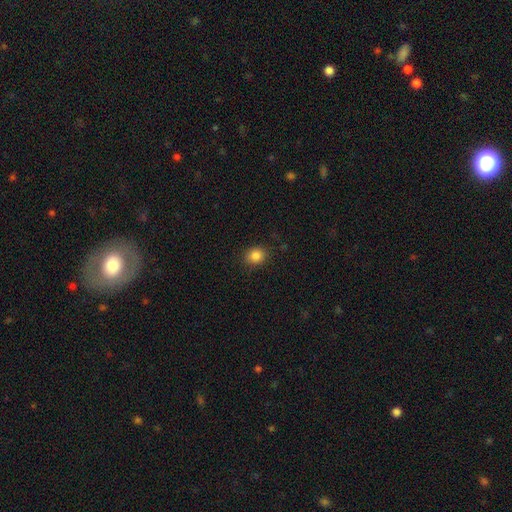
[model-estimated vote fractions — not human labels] The model was most divided on "how rounded": round: 72%, in between: 27%, cigar-shaped: 1%. More confident: merging — none (85%); smooth or featured — smooth (85%).